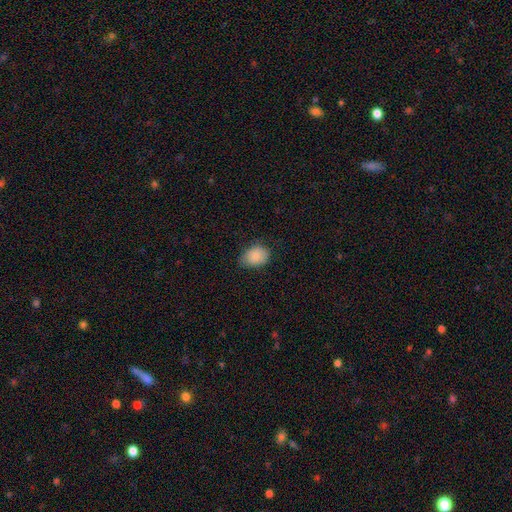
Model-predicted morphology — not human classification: Q: Smooth or featured?
A: smooth (86%); runner-up: star or artifact (8%)
Q: How rounded?
A: in between (74%); runner-up: round (25%)
Q: Merging?
A: none (68%); runner-up: minor disturbance (26%)